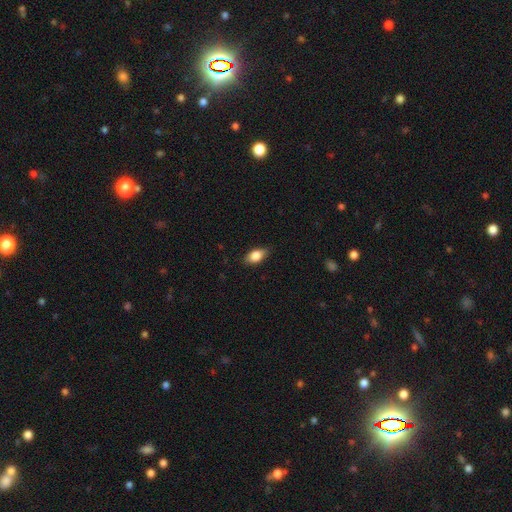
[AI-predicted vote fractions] Smooth or featured?
  - smooth: 83% *
  - featured or disk: 10%
  - star or artifact: 7%
How rounded?
  - in between: 87% *
  - round: 8%
  - cigar-shaped: 5%
Merging?
  - none: 82% *
  - minor disturbance: 14%
  - major disturbance: 3%
  - merger: 1%